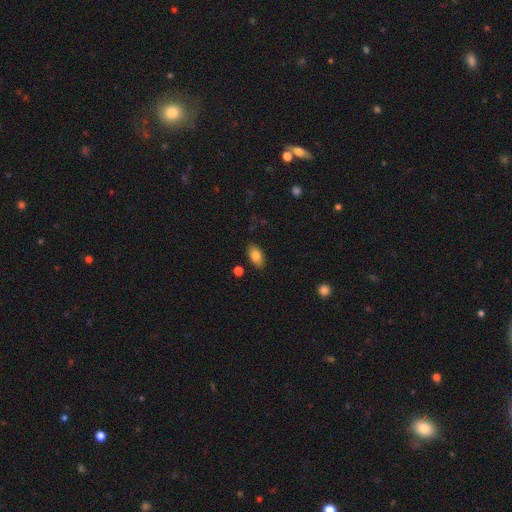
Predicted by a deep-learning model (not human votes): A smooth galaxy with no disk features (80%) that is in between round and cigar-shaped (91%). Merging: none (85%).